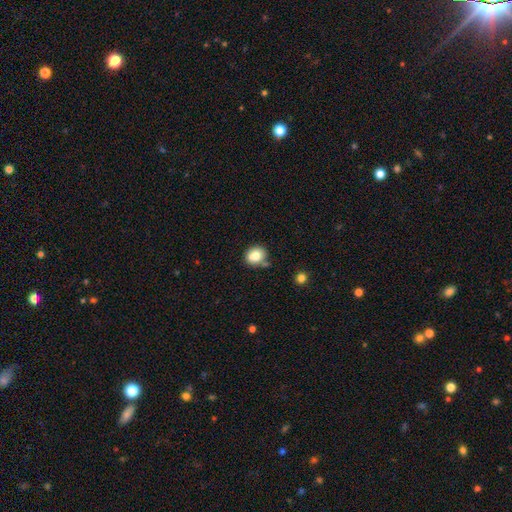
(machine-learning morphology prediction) Q: Smooth or featured?
A: smooth (80%); runner-up: featured or disk (10%)
Q: How rounded?
A: round (70%); runner-up: in between (29%)
Q: Merging?
A: none (69%); runner-up: minor disturbance (17%)